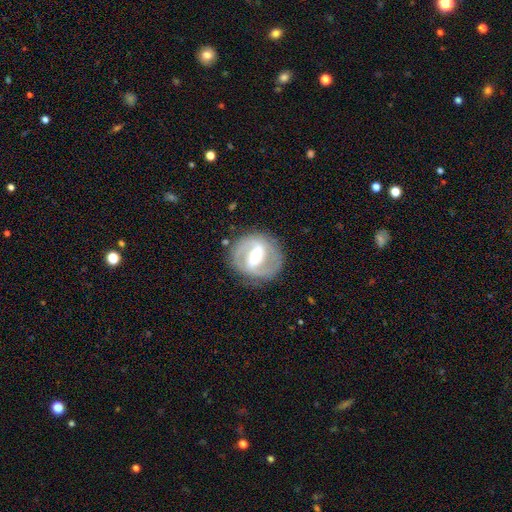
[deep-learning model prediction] This is clearly a featured or disk galaxy (81%). It is clearly not viewed edge-on (96%). Bar: possibly strong (53%). Spiral arm pattern: clearly yes (83%). Spiral arm count: clearly 2 (84%). Spiral winding: possibly medium (46%). Central bulge: likely moderate (62%). Merging: clearly none (82%).